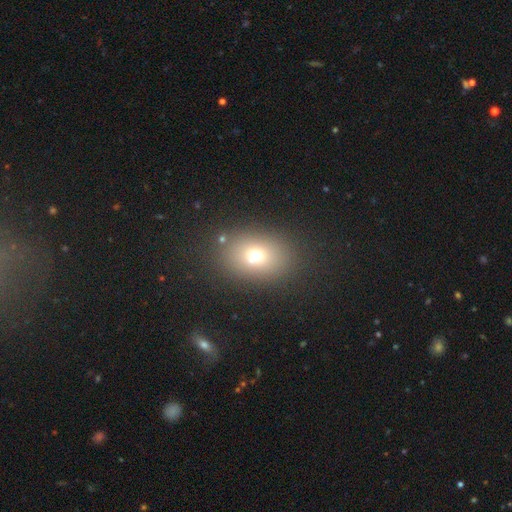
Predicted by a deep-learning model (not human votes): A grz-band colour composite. It shows a smooth galaxy with no disk features (68%) that is in between round and cigar-shaped (64%). Merging: none (80%).